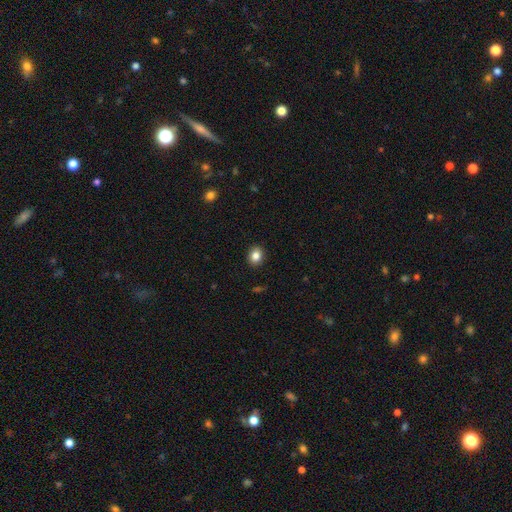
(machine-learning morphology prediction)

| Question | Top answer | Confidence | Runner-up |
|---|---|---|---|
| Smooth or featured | smooth | 85% | star or artifact (10%) |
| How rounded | round | 56% | in between (43%) |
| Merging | none | 91% | minor disturbance (6%) |